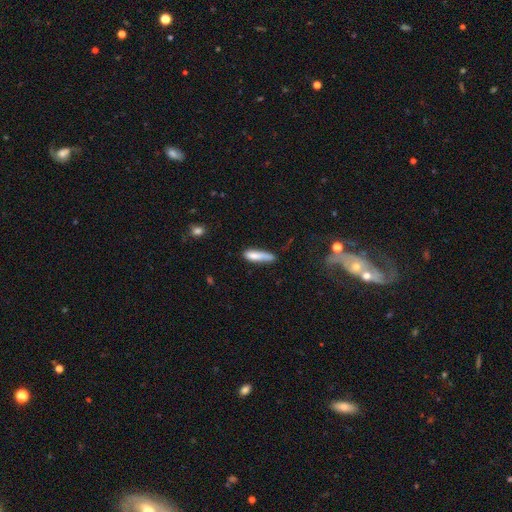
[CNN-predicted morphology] smooth_or_featured: smooth (p=0.78) [alt: featured or disk p=0.14]
how_rounded: cigar-shaped (p=0.72) [alt: in between p=0.26]
merging: none (p=0.47) [alt: minor disturbance p=0.35]